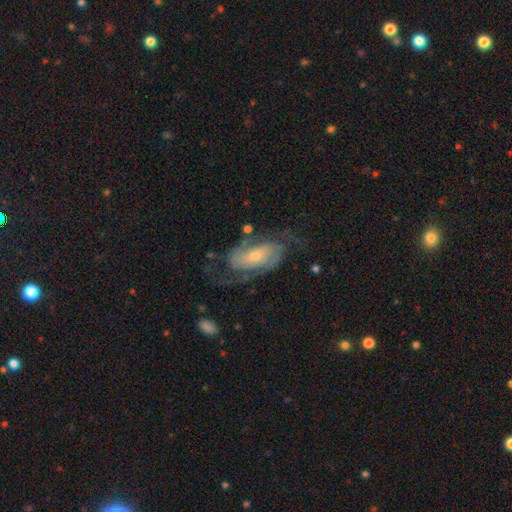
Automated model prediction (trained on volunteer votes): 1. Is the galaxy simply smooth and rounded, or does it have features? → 84% featured or disk, 10% smooth, 6% star or artifact.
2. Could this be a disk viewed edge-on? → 96% no, 4% yes.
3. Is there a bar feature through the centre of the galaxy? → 49% no, 35% weak, 16% strong.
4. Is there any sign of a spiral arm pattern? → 95% yes, 5% no.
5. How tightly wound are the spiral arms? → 48% medium, 33% tight, 20% loose.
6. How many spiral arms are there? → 81% 2, 8% can't tell, 5% 3, 2% 1, 2% 4, 2% more than 4.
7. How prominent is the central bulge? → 63% small, 30% moderate, 3% large, 3% none, 1% dominant.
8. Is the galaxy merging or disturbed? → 63% none, 17% major disturbance, 17% minor disturbance, 3% merger.